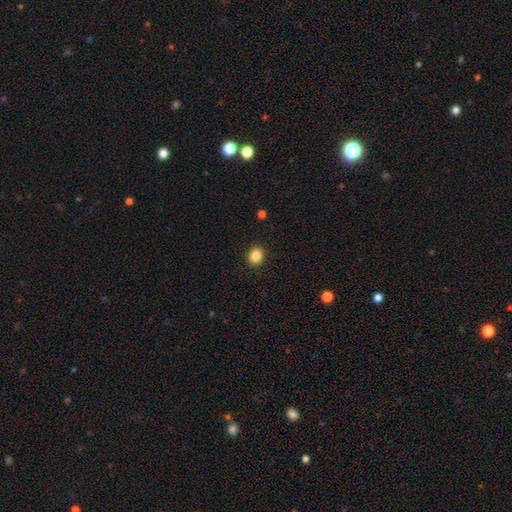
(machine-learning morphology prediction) smooth 85%, star or artifact 10%, featured or disk 5%. Down the decision tree: how rounded — round (57%); merging — none (91%).